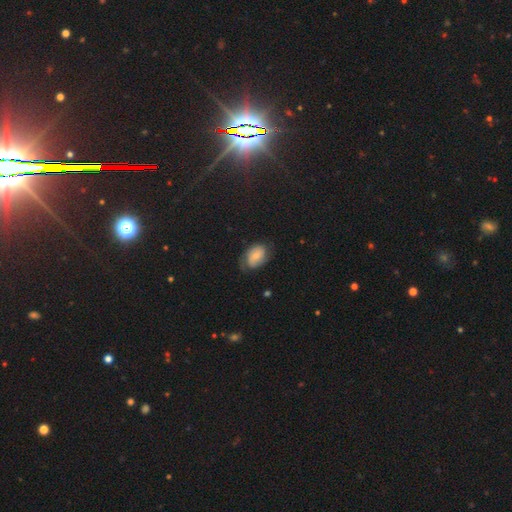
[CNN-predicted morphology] Smooth or featured? Predicted: smooth (p=0.57). How rounded? Predicted: in between (p=0.80). Merging? Predicted: none (p=0.58).